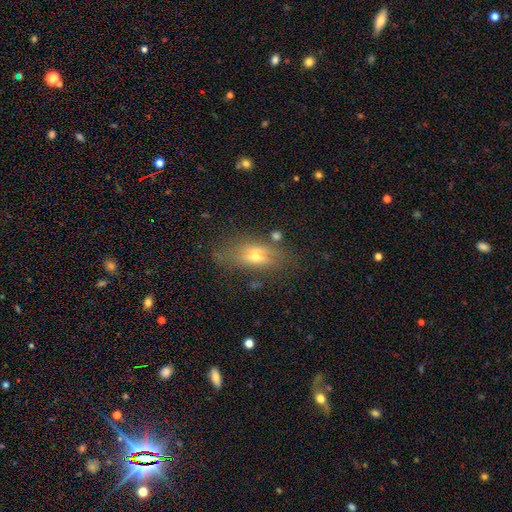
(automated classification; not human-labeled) Q: Smooth or featured?
A: smooth (44%); runner-up: featured or disk (43%)
Q: Merging?
A: none (66%); runner-up: minor disturbance (20%)